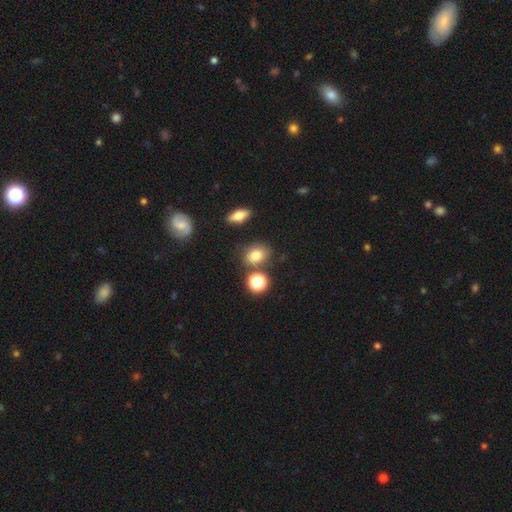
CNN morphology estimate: type=smooth (76%); roundness=in between (58%); merging=none (71%).